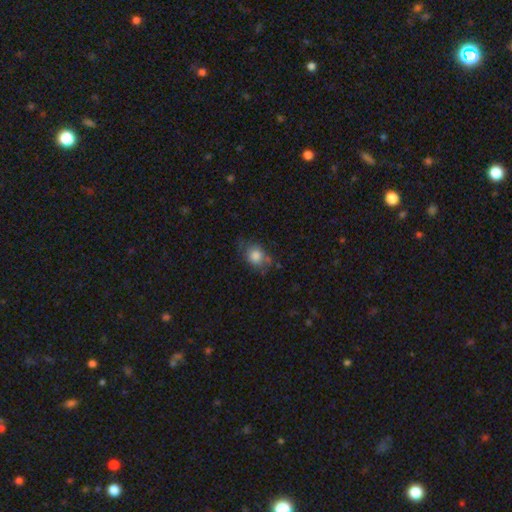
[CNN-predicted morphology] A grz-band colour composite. It shows a smooth galaxy with no disk features (78%) that is round (55%). Merging: none (55%).